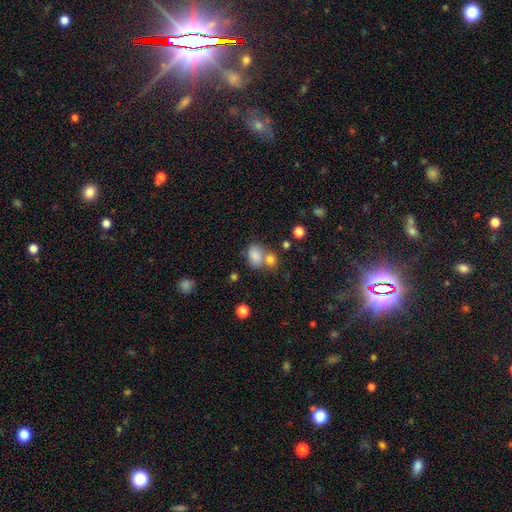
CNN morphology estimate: smooth 82%, star or artifact 10%, featured or disk 7%. Down the decision tree: how rounded — in between (71%); merging — none (45%).